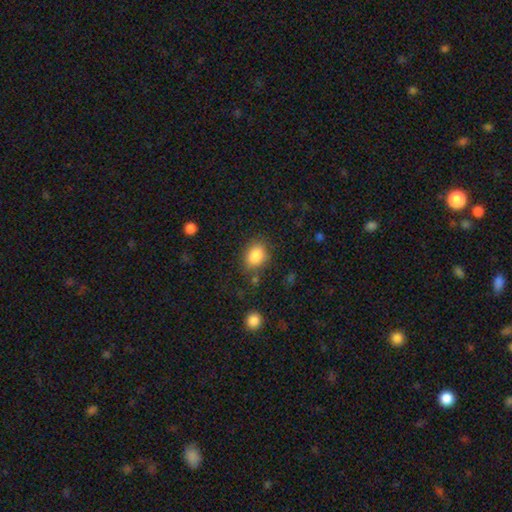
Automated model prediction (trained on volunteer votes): smooth-or-featured: smooth: 86% | star or artifact: 8% | featured or disk: 6%
  how-rounded: in between: 62% | round: 37% | cigar-shaped: 1%
  merging: none: 79% | minor disturbance: 13% | major disturbance: 4% | merger: 3%